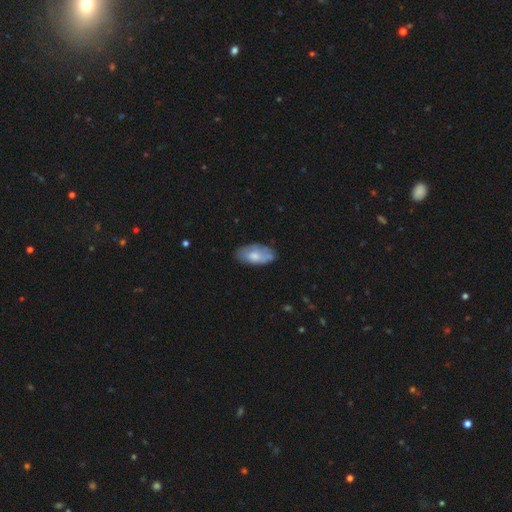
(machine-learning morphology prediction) Overall: smooth (65%; featured or disk 28%). How rounded: in between (93%). Merging: none (61%; minor disturbance 28%).